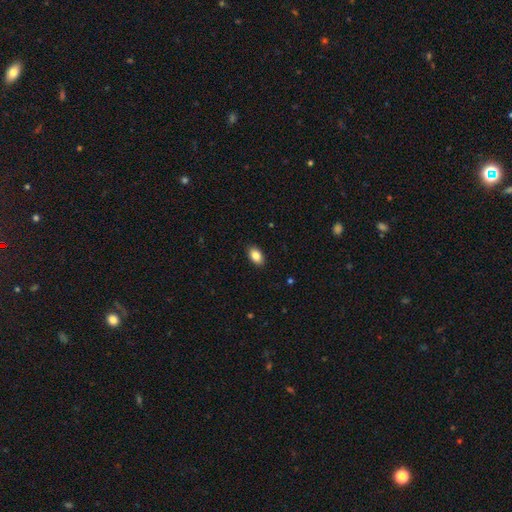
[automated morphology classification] smooth 85%, star or artifact 8%, featured or disk 7%. Down the decision tree: how rounded — in between (91%); merging — none (89%).